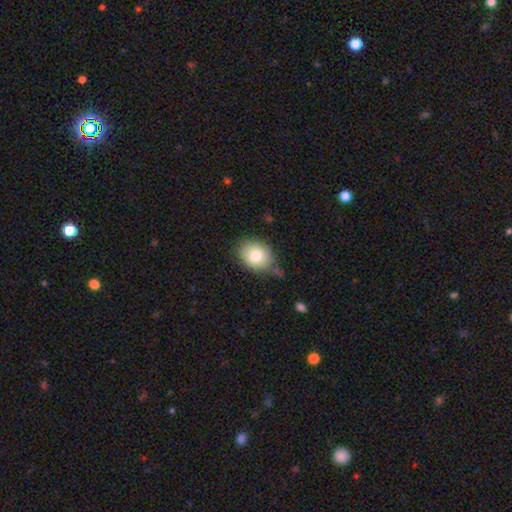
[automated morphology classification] smooth_or_featured: smooth (p=0.80) [alt: featured or disk p=0.11]
how_rounded: in between (p=0.58) [alt: round p=0.41]
merging: none (p=0.78) [alt: minor disturbance p=0.16]